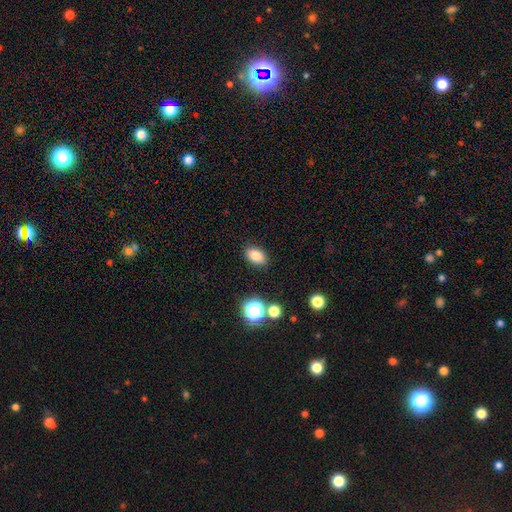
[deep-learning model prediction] Morphology: type=smooth (82%); roundness=in between (85%); merging=none (87%).